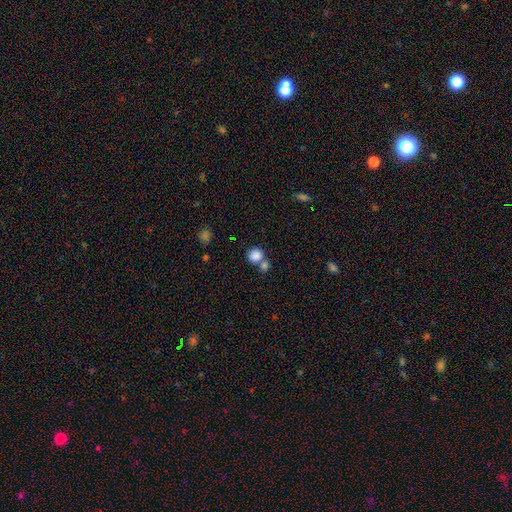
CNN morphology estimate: The model was most divided on "merging": none: 46%, merger: 41%, minor disturbance: 9%, major disturbance: 4%. More confident: smooth or featured — smooth (84%); how rounded — round (77%).